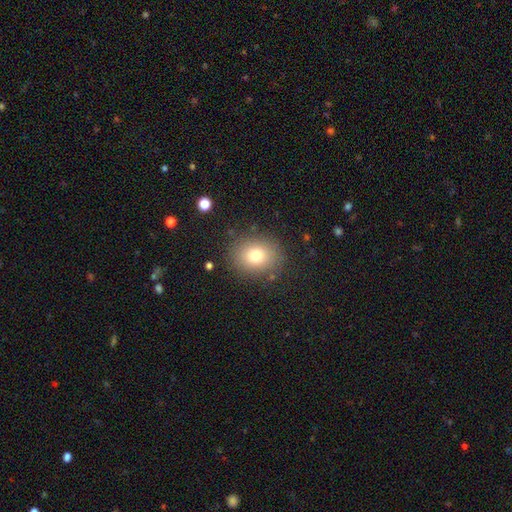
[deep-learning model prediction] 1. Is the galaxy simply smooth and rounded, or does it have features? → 77% smooth, 13% star or artifact, 11% featured or disk.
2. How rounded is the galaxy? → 66% round, 33% in between, 1% cigar-shaped.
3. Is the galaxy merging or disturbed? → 85% none, 9% minor disturbance, 4% major disturbance, 2% merger.